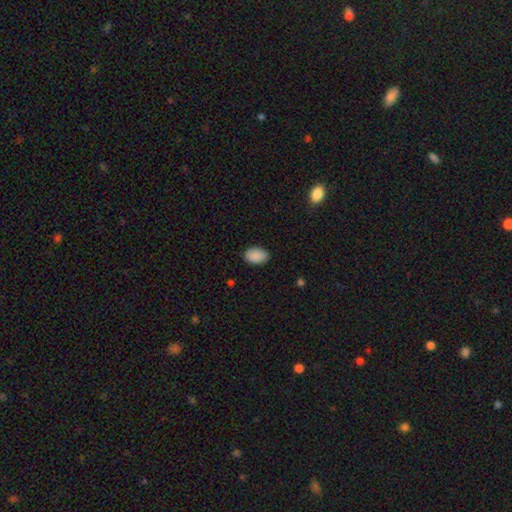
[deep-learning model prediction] Smooth or featured? smooth (90%)
How rounded? in between (89%)
Merging? none (87%)